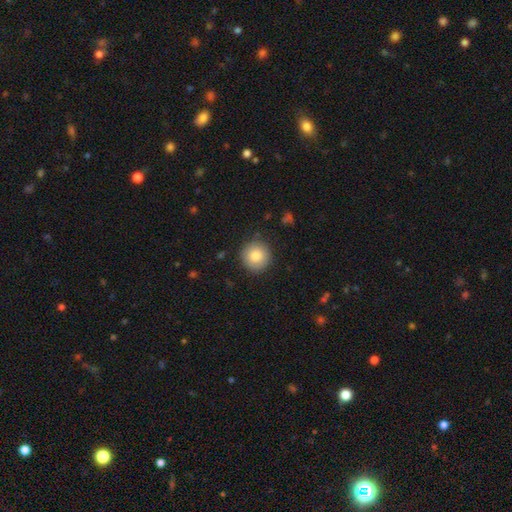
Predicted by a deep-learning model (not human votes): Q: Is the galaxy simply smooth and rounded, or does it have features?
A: smooth — 82%.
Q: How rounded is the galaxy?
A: round — 94%.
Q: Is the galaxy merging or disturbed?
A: none — 88%.